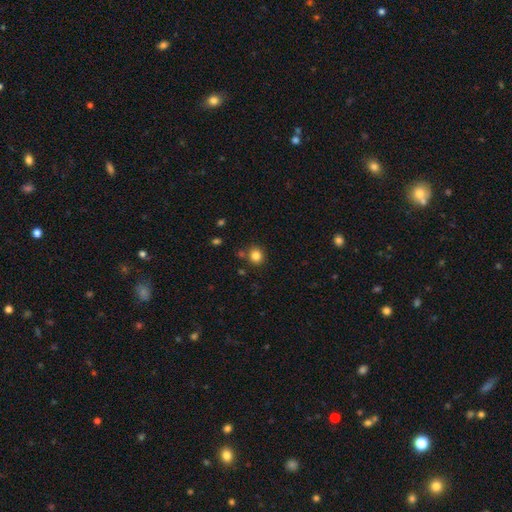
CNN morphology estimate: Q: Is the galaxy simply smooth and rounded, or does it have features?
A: smooth — 83%.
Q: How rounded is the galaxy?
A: round — 81%.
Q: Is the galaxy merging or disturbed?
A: none — 80%.